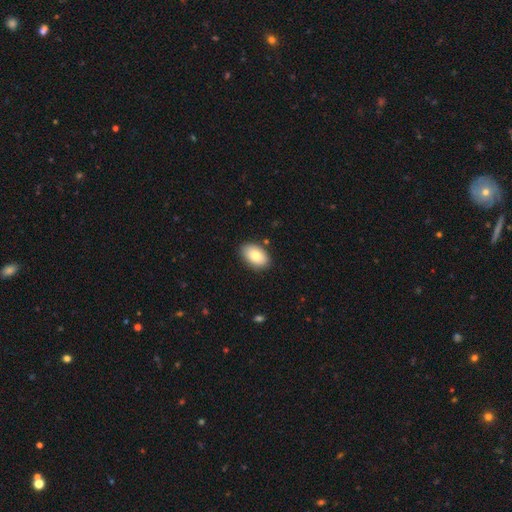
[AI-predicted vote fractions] Smooth or featured? Predicted: smooth (p=0.83). How rounded? Predicted: in between (p=0.92). Merging? Predicted: none (p=0.86).